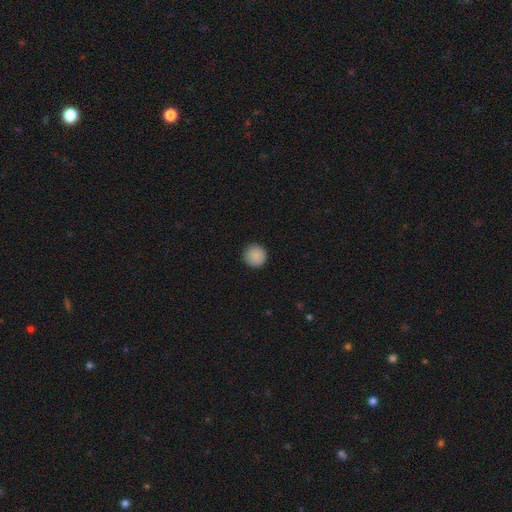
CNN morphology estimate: smooth_or_featured: smooth (p=0.89) [alt: star or artifact p=0.07]
how_rounded: round (p=0.96) [alt: in between p=0.03]
merging: none (p=0.92) [alt: minor disturbance p=0.06]